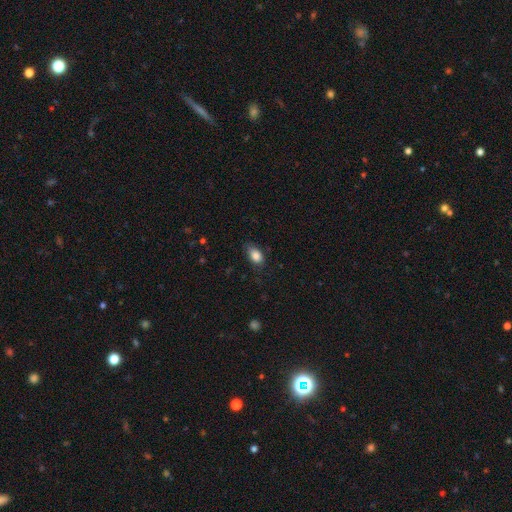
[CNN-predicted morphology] Overall: smooth (86%). How rounded: in between (88%). Merging: none (73%).